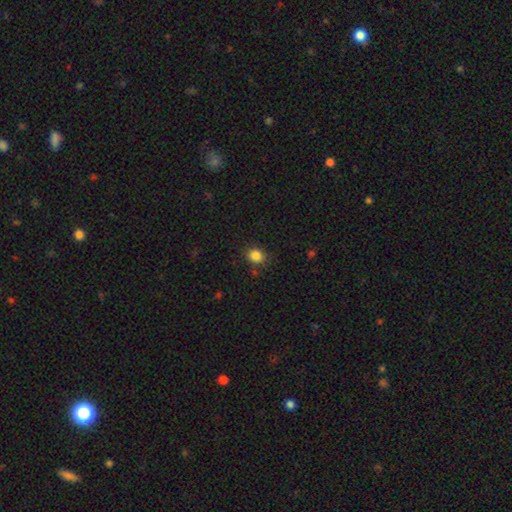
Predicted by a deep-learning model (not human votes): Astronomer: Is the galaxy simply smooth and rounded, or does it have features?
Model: smooth — 85%.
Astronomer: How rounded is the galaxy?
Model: round — 64%.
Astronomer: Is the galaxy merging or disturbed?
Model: none — 84%.